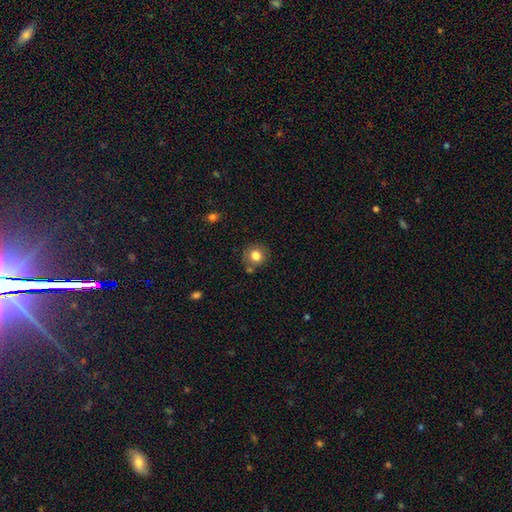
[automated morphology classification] smooth-or-featured: smooth: 80% | star or artifact: 10% | featured or disk: 9%
  how-rounded: round: 88% | in between: 12% | cigar-shaped: 1%
  merging: none: 75% | minor disturbance: 13% | merger: 8% | major disturbance: 4%